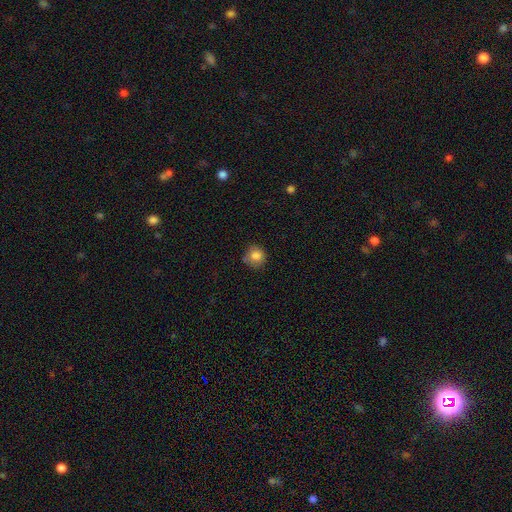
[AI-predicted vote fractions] This appears to be a smooth galaxy with no disk features (83%) that is round (88%). Merging: none (72%).